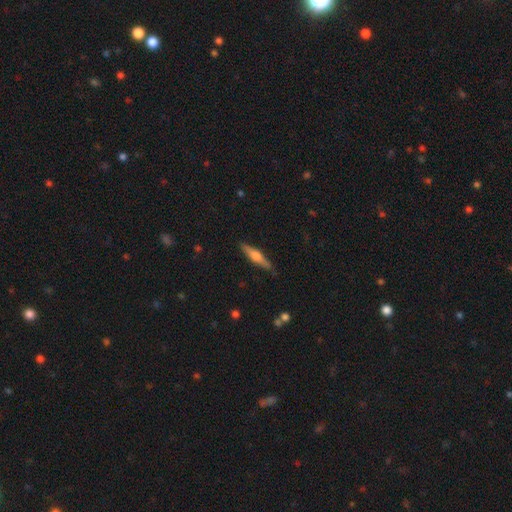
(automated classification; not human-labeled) A featured or disk galaxy (57%) viewed edge-on (96%) with a rounded central bulge (89%). Merging: none (87%).